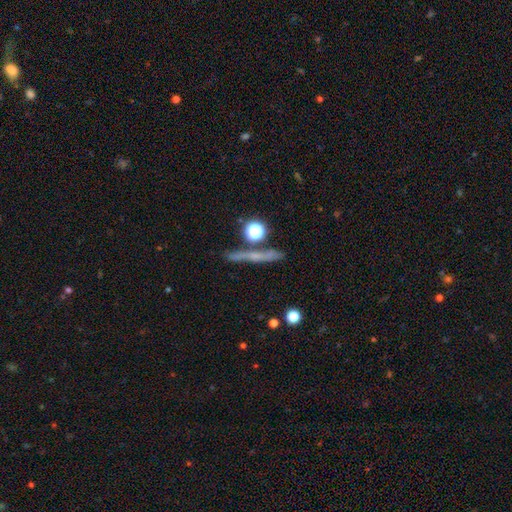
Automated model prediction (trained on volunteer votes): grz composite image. It shows a featured or disk galaxy (42%). Merging: none (79%).